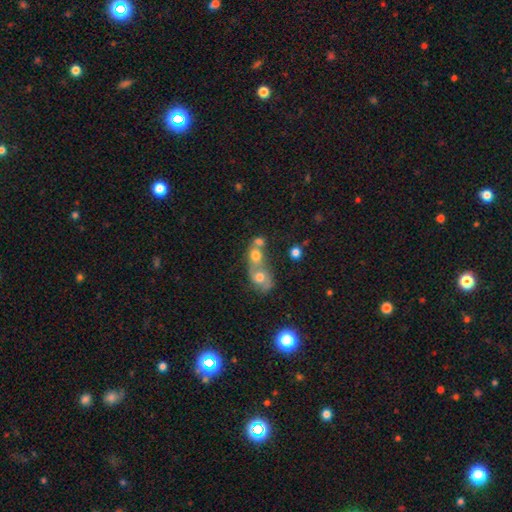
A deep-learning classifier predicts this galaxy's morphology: Smooth or featured?
  - smooth: 63% *
  - featured or disk: 23%
  - star or artifact: 14%
How rounded?
  - round: 61% *
  - in between: 37%
  - cigar-shaped: 2%
Merging?
  - merger: 67% *
  - none: 22%
  - minor disturbance: 7%
  - major disturbance: 5%